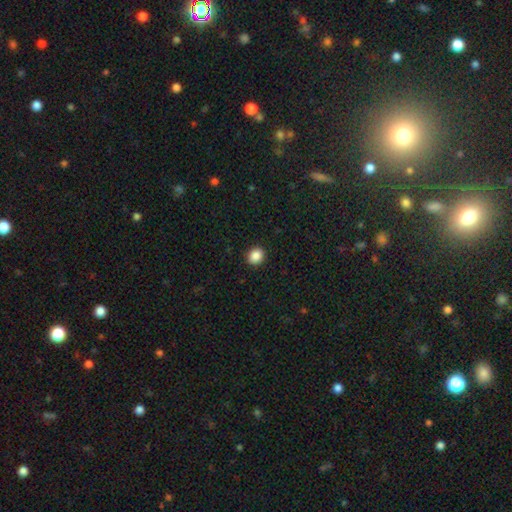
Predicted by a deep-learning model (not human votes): Smooth or featured?
  - smooth: 88% *
  - star or artifact: 9%
  - featured or disk: 3%
How rounded?
  - round: 73% *
  - in between: 26%
  - cigar-shaped: 1%
Merging?
  - none: 92% *
  - minor disturbance: 5%
  - major disturbance: 2%
  - merger: 1%